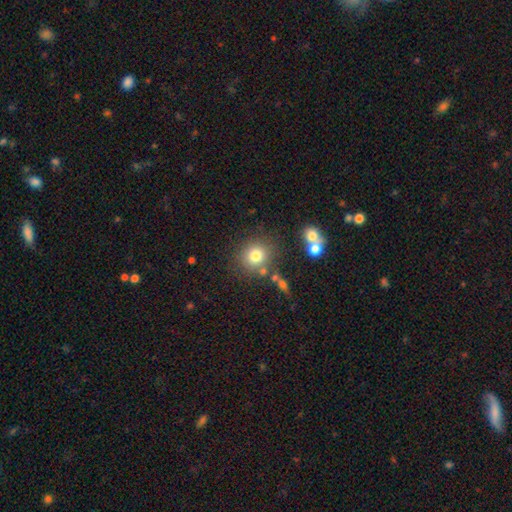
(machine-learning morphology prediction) Smooth or featured? smooth (78%)
How rounded? round (86%)
Merging? none (75%)